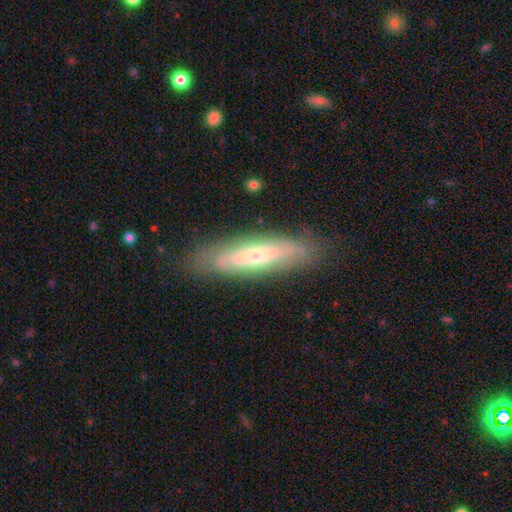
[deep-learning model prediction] Overall: featured or disk (60%; smooth 33%). Edge-on disk: no (58%; yes 42%). Merging: none (80%).